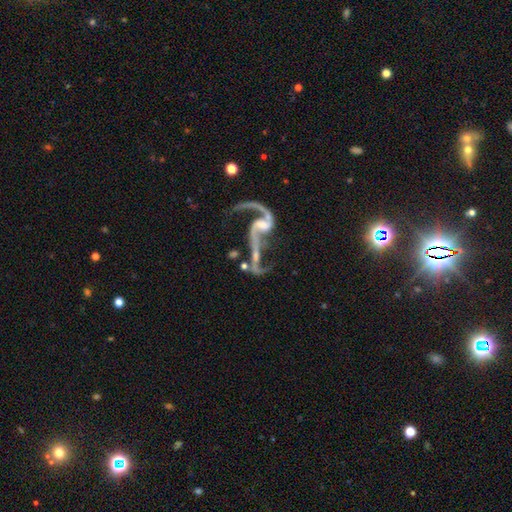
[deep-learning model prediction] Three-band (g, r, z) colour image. It shows a featured or disk galaxy (87%) with no bar (44%), 2 (86%) loose (81%) spiral arms (92%) and a small central bulge (41%). Merging: none (33%).